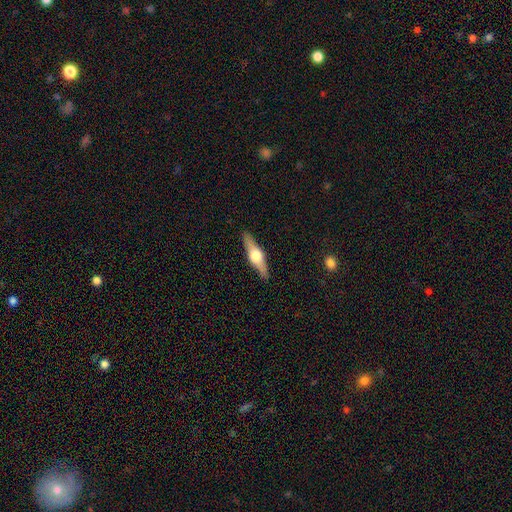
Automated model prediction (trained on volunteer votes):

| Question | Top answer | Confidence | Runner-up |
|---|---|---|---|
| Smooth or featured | featured or disk | 70% | smooth (24%) |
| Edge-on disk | yes | 96% | no (4%) |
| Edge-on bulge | rounded | 94% | boxy (5%) |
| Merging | none | 90% | minor disturbance (7%) |